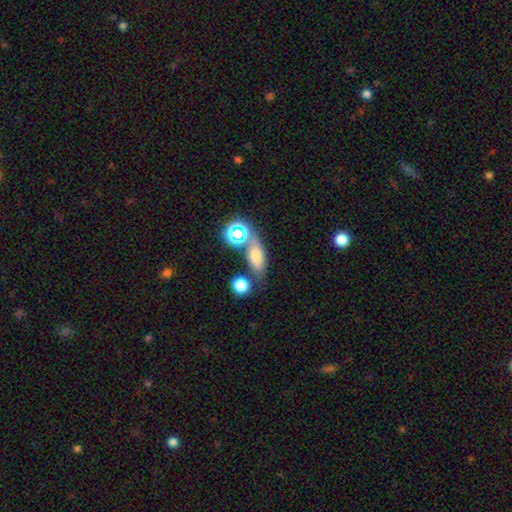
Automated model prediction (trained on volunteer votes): A smooth galaxy with no disk features (64%) that is in between round and cigar-shaped (66%).

Vote fractions:
- Smooth or featured? smooth: 64% / featured or disk: 19% / star or artifact: 18%
- How rounded? in between: 66% / cigar-shaped: 19% / round: 16%
- Merging? none: 54% / merger: 23% / minor disturbance: 15% / major disturbance: 8%